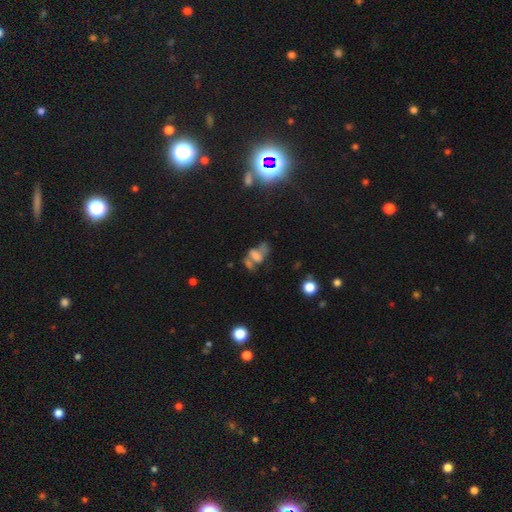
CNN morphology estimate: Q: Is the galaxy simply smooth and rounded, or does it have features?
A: smooth — 44%.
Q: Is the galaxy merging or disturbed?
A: merger — 33%.